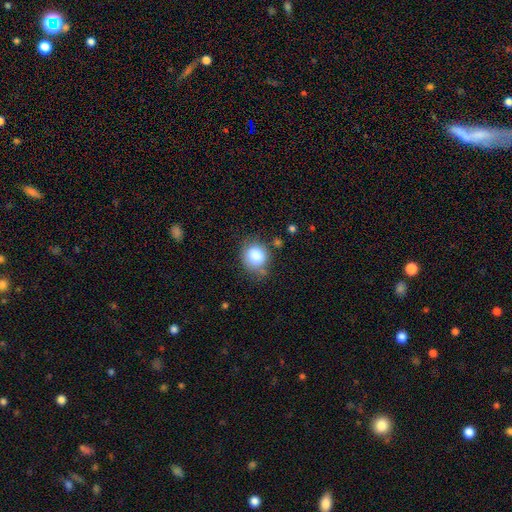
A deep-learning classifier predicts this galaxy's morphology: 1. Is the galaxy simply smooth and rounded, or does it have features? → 85% smooth, 9% star or artifact, 7% featured or disk.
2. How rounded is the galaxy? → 73% round, 26% in between, 1% cigar-shaped.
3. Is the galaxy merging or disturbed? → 66% none, 22% minor disturbance, 7% major disturbance, 5% merger.